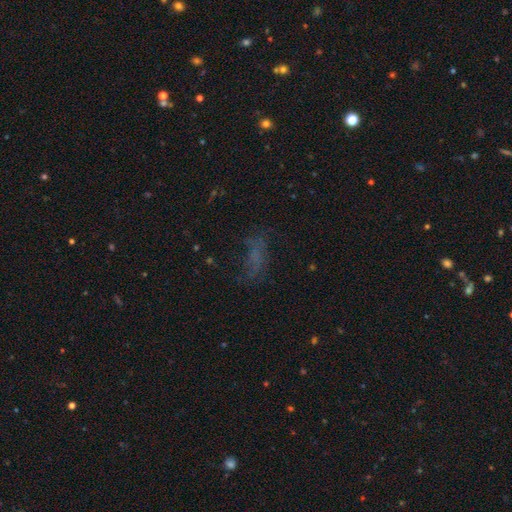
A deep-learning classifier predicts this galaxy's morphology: smooth_or_featured: smooth (p=0.49) [alt: star or artifact p=0.27]
merging: none (p=0.52) [alt: major disturbance p=0.23]